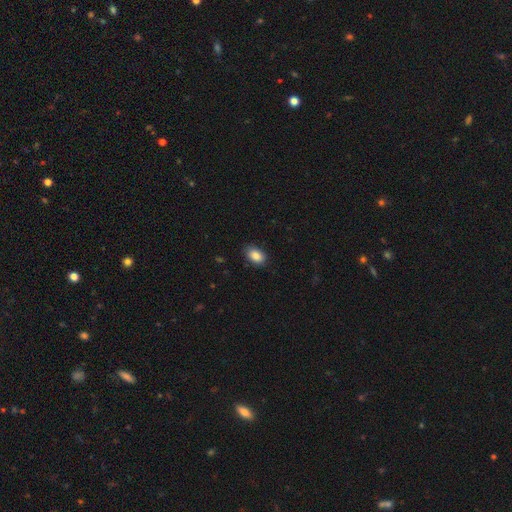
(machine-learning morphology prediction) Smooth or featured? smooth (87%)
How rounded? in between (88%)
Merging? none (86%)